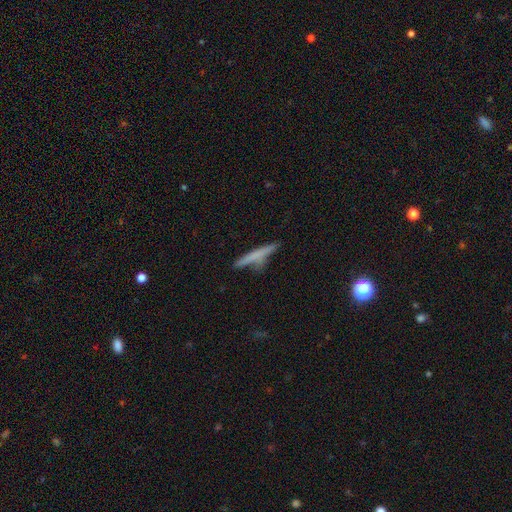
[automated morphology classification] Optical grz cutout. It shows a smooth galaxy with no disk features (59%) that is cigar-shaped (94%). Merging: none (69%).